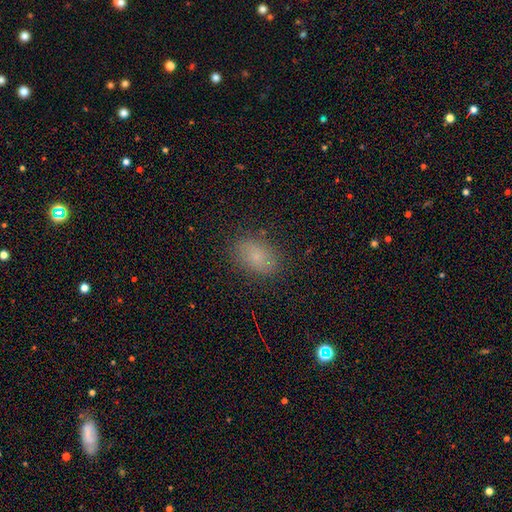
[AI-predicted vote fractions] This appears to be a smooth galaxy with no disk features (73%) that is in between round and cigar-shaped (85%). Merging: none (83%).